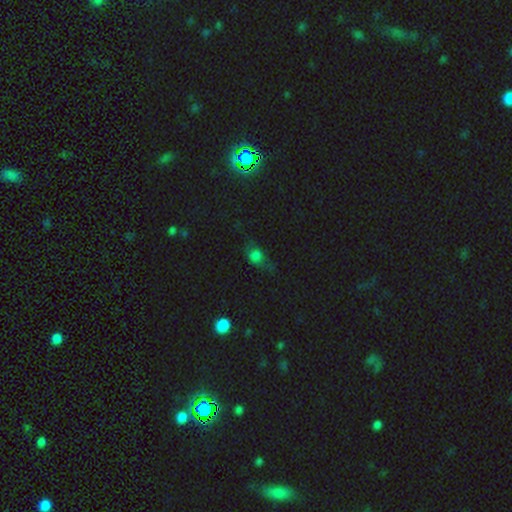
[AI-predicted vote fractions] Smooth or featured?
  - smooth: 56% *
  - star or artifact: 24%
  - featured or disk: 20%
How rounded?
  - in between: 50% *
  - round: 42%
  - cigar-shaped: 8%
Merging?
  - none: 51% *
  - minor disturbance: 26%
  - major disturbance: 20%
  - merger: 4%